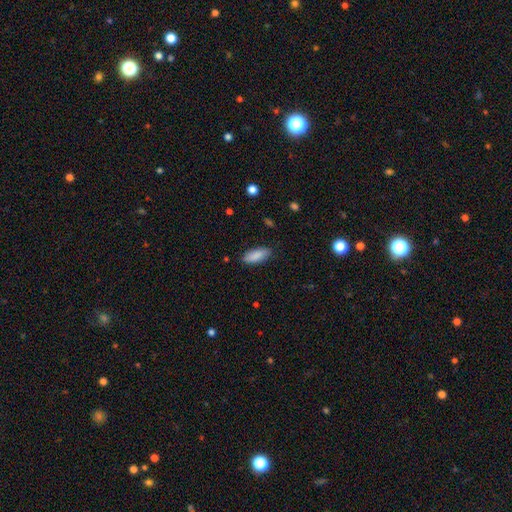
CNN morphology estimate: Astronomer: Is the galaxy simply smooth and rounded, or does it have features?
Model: smooth — 88%.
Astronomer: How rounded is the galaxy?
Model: in between — 75%.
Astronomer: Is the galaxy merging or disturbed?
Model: none — 86%.